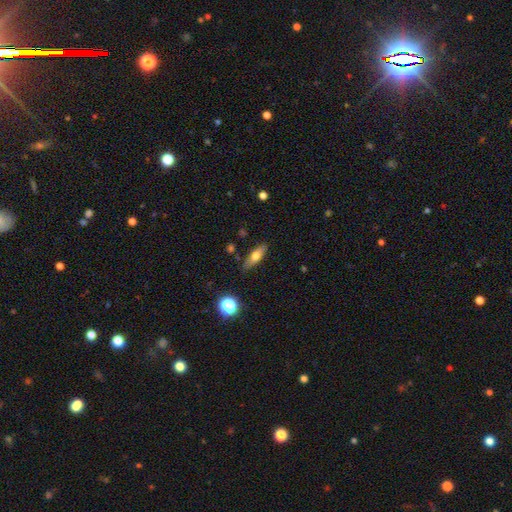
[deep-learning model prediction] smooth-or-featured: smooth: 58% | featured or disk: 34% | star or artifact: 8%
  how-rounded: cigar-shaped: 50% | in between: 46% | round: 5%
  merging: none: 83% | minor disturbance: 12% | major disturbance: 3% | merger: 2%